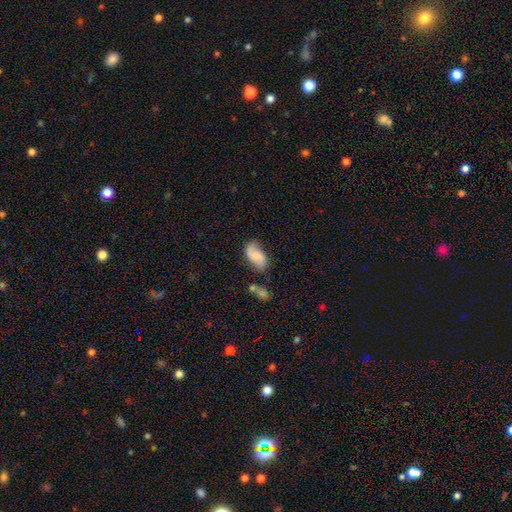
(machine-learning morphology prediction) Smooth or featured: smooth — 51% (featured or disk — 40%)
How rounded: in between — 92% (round — 5%)
Merging: none — 56% (minor disturbance — 26%)